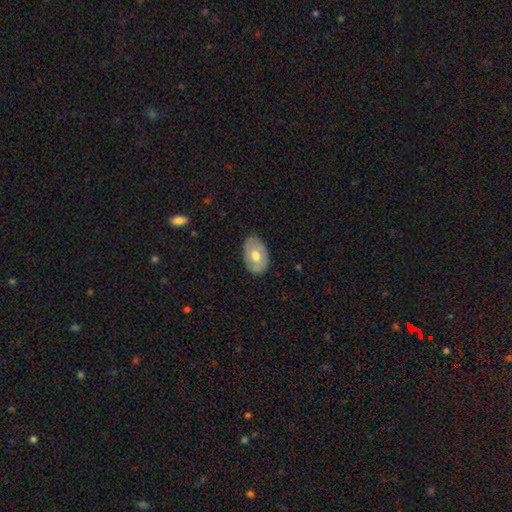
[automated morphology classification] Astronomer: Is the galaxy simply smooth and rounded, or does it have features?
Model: smooth — 53% (runner-up: featured or disk, 41%).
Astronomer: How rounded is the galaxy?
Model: in between — 86%.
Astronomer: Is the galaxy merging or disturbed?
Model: none — 80%.